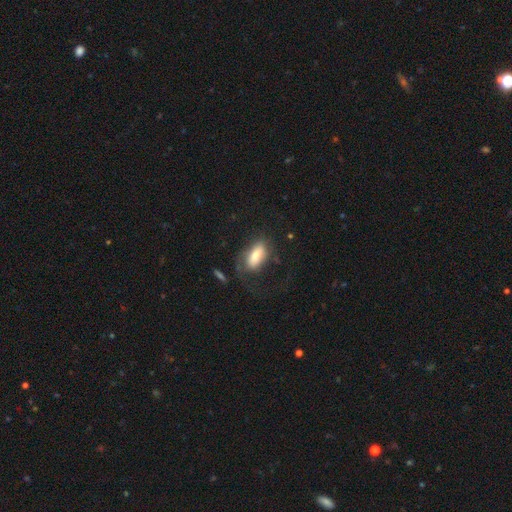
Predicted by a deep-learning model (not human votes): Smooth or featured? Predicted: smooth (p=0.69). How rounded? Predicted: in between (p=0.87). Merging? Predicted: none (p=0.45).